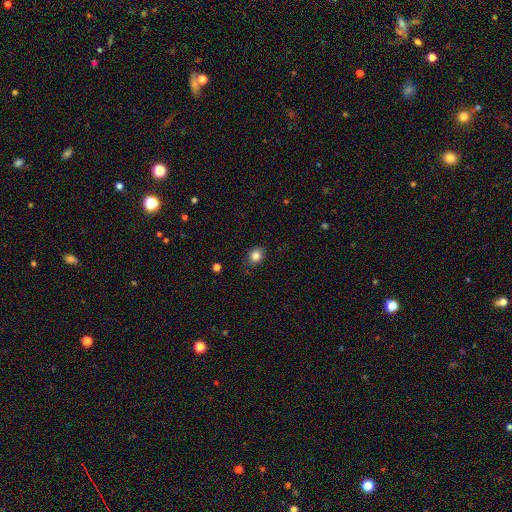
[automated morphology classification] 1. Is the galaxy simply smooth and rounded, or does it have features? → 83% smooth, 11% star or artifact, 6% featured or disk.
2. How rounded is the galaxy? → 58% round, 41% in between, 1% cigar-shaped.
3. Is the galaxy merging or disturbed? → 81% none, 15% minor disturbance, 3% major disturbance, 1% merger.